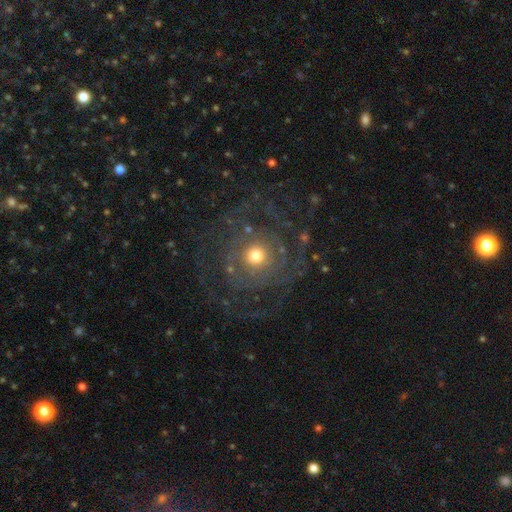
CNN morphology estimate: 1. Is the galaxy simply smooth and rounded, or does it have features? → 78% featured or disk, 13% smooth, 9% star or artifact.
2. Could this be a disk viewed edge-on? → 97% no, 3% yes.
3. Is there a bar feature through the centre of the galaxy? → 85% no, 12% weak, 3% strong.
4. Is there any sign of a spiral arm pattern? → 85% yes, 15% no.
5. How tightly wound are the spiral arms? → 55% tight, 29% medium, 16% loose.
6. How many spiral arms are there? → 33% can't tell, 19% 2, 17% 3, 12% 4, 10% more than 4, 10% 1.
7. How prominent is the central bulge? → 61% moderate, 27% small, 9% large, 2% dominant, 1% none.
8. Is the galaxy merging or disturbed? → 69% none, 16% major disturbance, 13% minor disturbance, 2% merger.